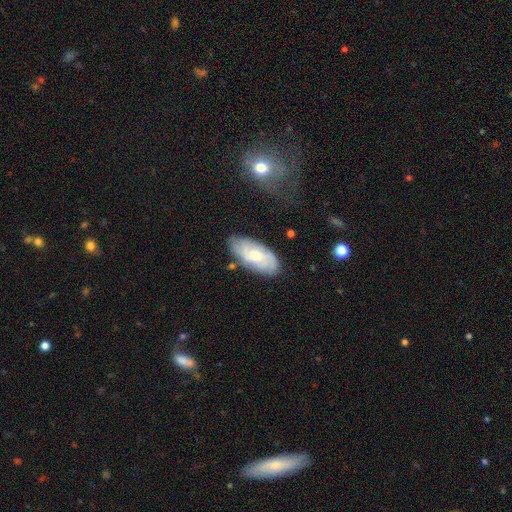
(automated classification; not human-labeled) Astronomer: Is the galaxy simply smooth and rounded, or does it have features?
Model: featured or disk — 56% (runner-up: smooth, 37%).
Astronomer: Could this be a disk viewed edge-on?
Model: no — 92%.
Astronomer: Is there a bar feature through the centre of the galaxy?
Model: no — 70%.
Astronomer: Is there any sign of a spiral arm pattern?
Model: yes — 85%.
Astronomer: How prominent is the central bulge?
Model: moderate — 48% (runner-up: small, 42%).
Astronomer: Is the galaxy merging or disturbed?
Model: none — 75%.